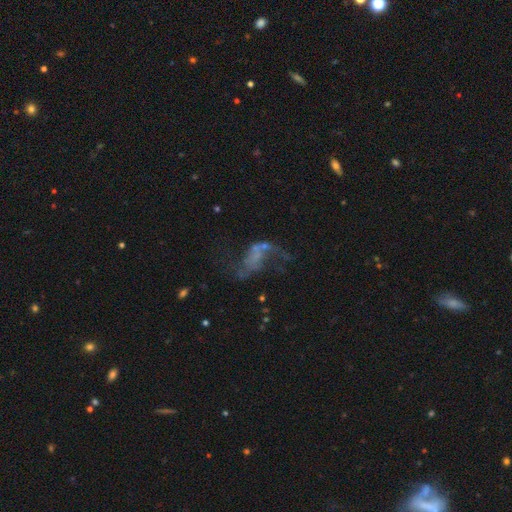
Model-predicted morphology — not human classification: A featured or disk galaxy (65%) with no bar (67%), spiral arms (56%) and no central bulge (74%). Merging: major disturbance (39%).